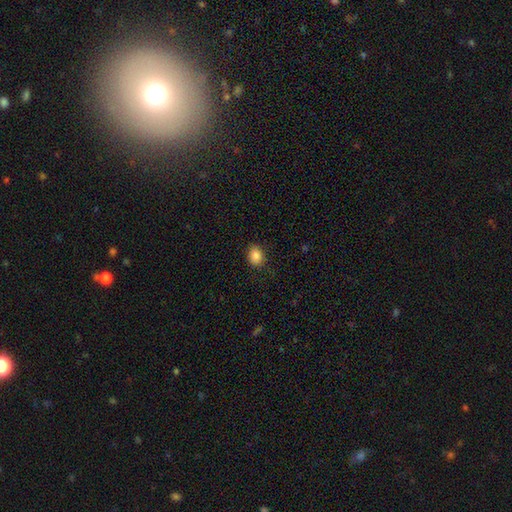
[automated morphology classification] smooth-or-featured: smooth: 86% | star or artifact: 9% | featured or disk: 5%
  how-rounded: in between: 56% | round: 43% | cigar-shaped: 1%
  merging: none: 86% | minor disturbance: 10% | major disturbance: 3% | merger: 1%